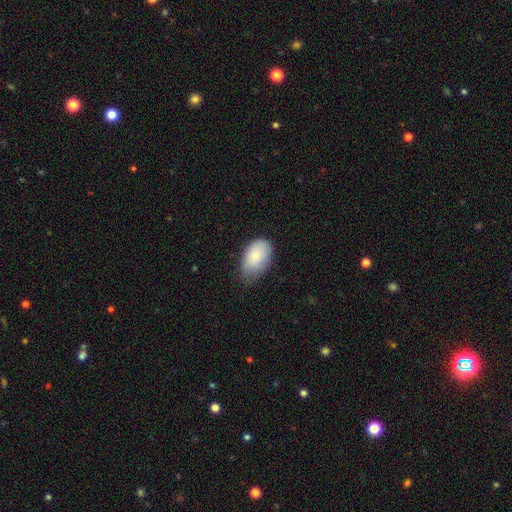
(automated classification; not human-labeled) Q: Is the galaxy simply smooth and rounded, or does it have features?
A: smooth — 82%.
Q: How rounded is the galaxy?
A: in between — 92%.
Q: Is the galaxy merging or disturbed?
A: none — 52%.